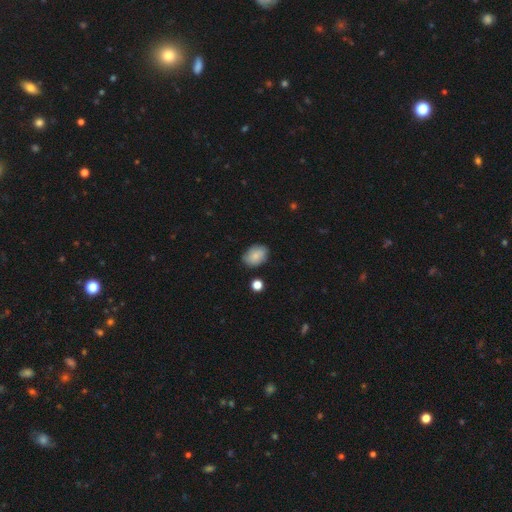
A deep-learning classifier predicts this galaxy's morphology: Smooth or featured?
  - smooth: 81% *
  - featured or disk: 11%
  - star or artifact: 8%
How rounded?
  - in between: 77% *
  - round: 22%
  - cigar-shaped: 1%
Merging?
  - none: 77% *
  - minor disturbance: 17%
  - major disturbance: 3%
  - merger: 3%